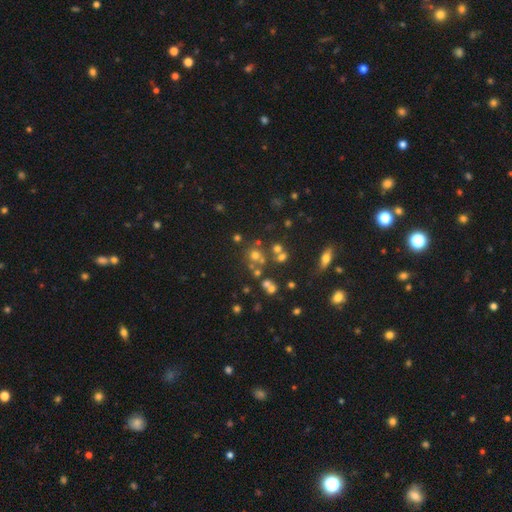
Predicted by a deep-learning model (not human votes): Overall: smooth (48%; star or artifact 33%). Merging: none (59%; merger 26%).